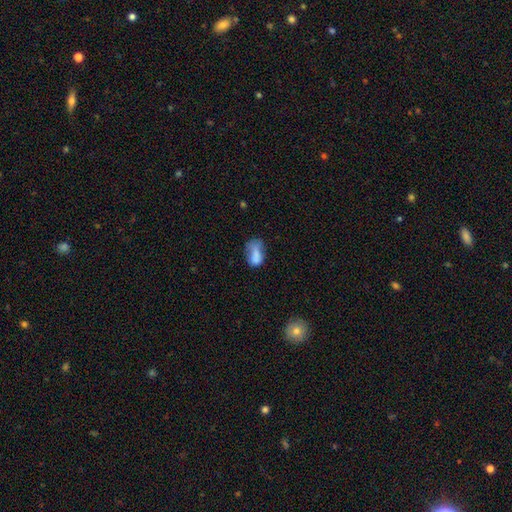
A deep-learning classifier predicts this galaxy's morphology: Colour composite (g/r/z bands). It shows a smooth galaxy with no disk features (71%) that is in between round and cigar-shaped (86%). Merging: minor disturbance (29%).